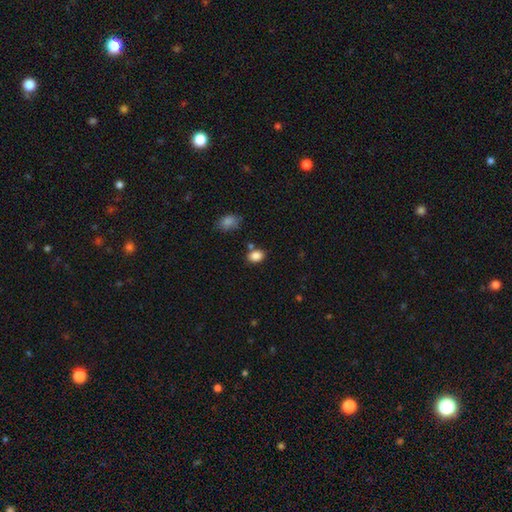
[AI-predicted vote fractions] A smooth galaxy with no disk features (86%) that is in between round and cigar-shaped (72%).

Vote fractions:
- Smooth or featured? smooth: 86% / star or artifact: 10% / featured or disk: 4%
- How rounded? in between: 72% / round: 27% / cigar-shaped: 1%
- Merging? none: 73% / minor disturbance: 15% / merger: 8% / major disturbance: 4%